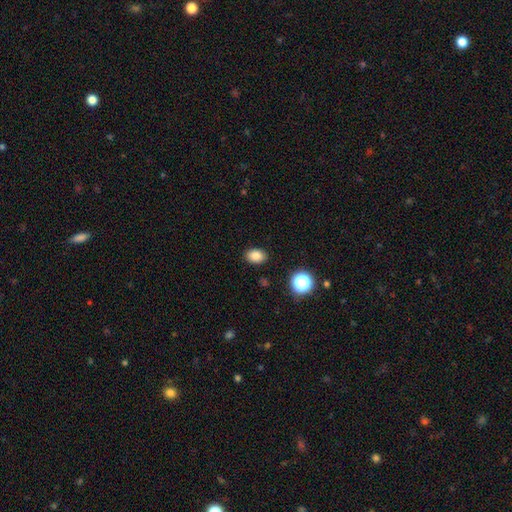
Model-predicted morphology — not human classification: smooth 84%, star or artifact 12%, featured or disk 4%. Down the decision tree: how rounded — in between (77%); merging — none (88%).